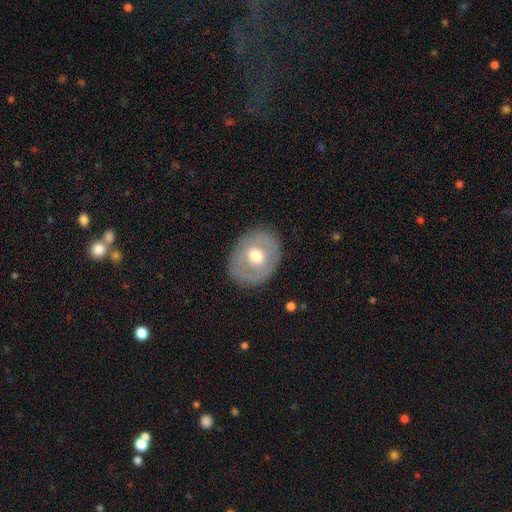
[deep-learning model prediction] A featured or disk galaxy (51%). Merging: none (83%).